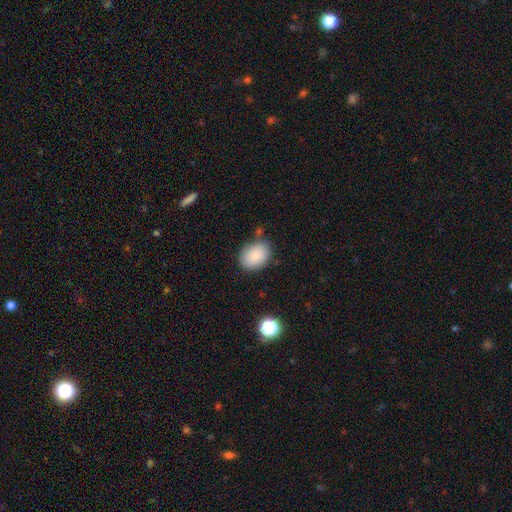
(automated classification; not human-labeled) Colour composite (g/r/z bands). It shows a smooth galaxy with no disk features (85%) that is in between round and cigar-shaped (63%). Merging: none (77%).